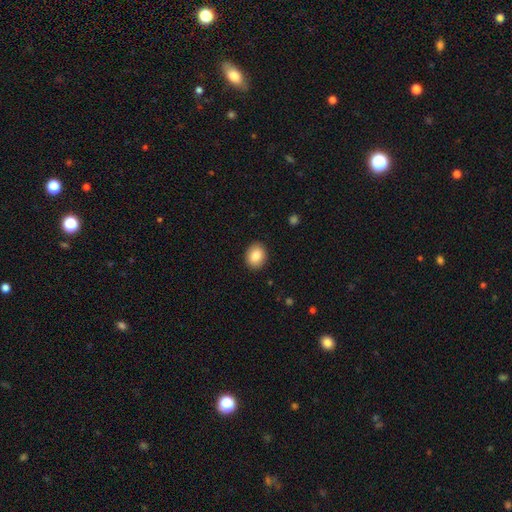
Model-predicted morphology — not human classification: A smooth galaxy with no disk features (86%) that is round (56%).

Vote fractions:
- Smooth or featured? smooth: 86% / star or artifact: 8% / featured or disk: 6%
- How rounded? round: 56% / in between: 43% / cigar-shaped: 1%
- Merging? none: 90% / minor disturbance: 7% / major disturbance: 2% / merger: 1%